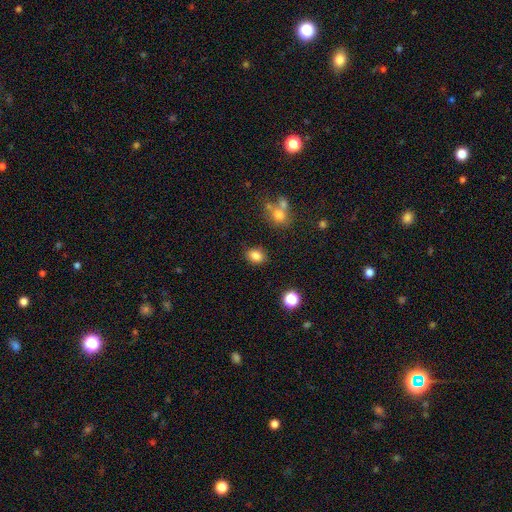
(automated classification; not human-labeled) smooth-or-featured: smooth: 83% | star or artifact: 11% | featured or disk: 6%
  how-rounded: in between: 57% | round: 42% | cigar-shaped: 1%
  merging: none: 83% | minor disturbance: 10% | merger: 4% | major disturbance: 3%